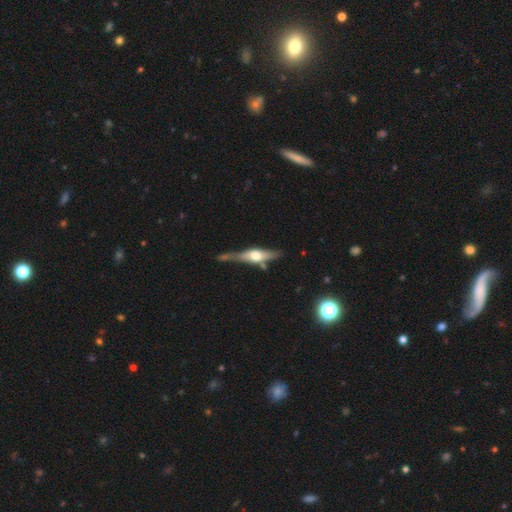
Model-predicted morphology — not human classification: featured or disk 73%, smooth 21%, star or artifact 6%. Down the decision tree: edge-on disk — yes (95%); edge-on bulge — rounded (90%); merging — none (66%).